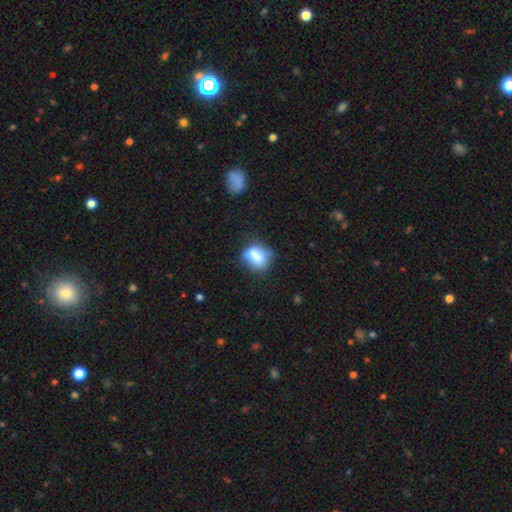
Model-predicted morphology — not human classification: Smooth or featured?
  - smooth: 75% *
  - featured or disk: 15%
  - star or artifact: 9%
How rounded?
  - in between: 56% *
  - round: 42%
  - cigar-shaped: 2%
Merging?
  - none: 49% *
  - minor disturbance: 30%
  - major disturbance: 12%
  - merger: 10%